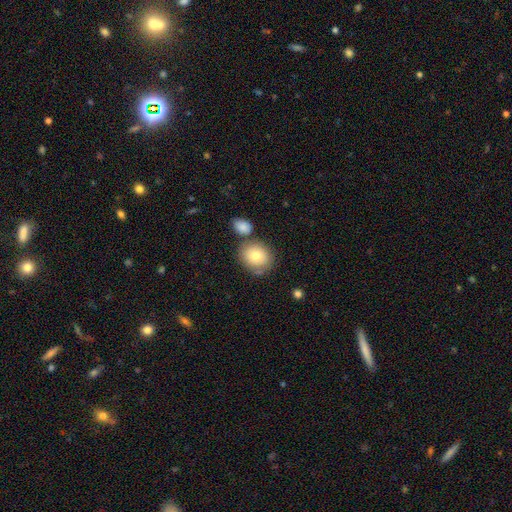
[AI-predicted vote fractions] This appears to be a smooth galaxy with no disk features (76%) that is round (70%). Merging: none (63%).